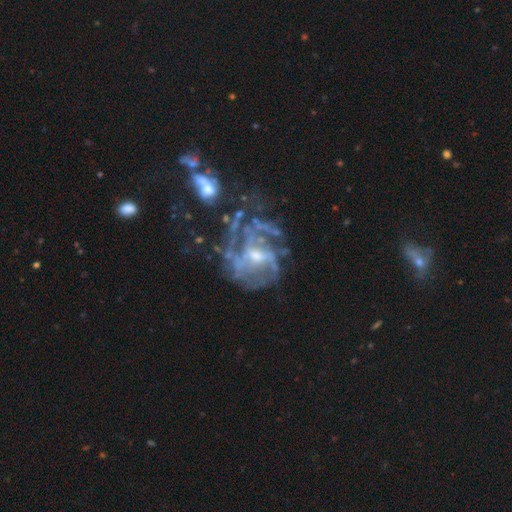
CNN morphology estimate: A featured or disk galaxy (82%) with no bar (45%), medium (41%) spiral arms (76%) and a moderate central bulge (49%).

Vote fractions:
- Smooth or featured? featured or disk: 82% / star or artifact: 10% / smooth: 8%
- Edge-on disk? no: 97% / yes: 3%
- Bar? no: 45% / weak: 42% / strong: 14%
- Spiral arms? yes: 76% / no: 24%
- Spiral winding? medium: 41% / tight: 34% / loose: 25%
- Spiral arm count? can't tell: 43% / 2: 17% / 3: 17% / 4: 11% / 1: 6% / more than 4: 6%
- Bulge size? moderate: 49% / small: 40% / none: 7% / large: 3% / dominant: 1%
- Merging? none: 39% / major disturbance: 34% / minor disturbance: 18% / merger: 9%